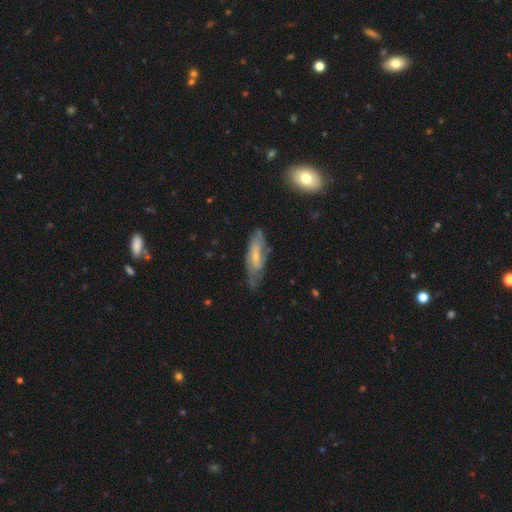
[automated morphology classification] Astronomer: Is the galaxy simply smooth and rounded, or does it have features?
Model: featured or disk — 54% (runner-up: smooth, 39%).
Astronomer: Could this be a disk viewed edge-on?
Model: no — 74%.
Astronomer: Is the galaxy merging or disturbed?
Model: none — 57%.